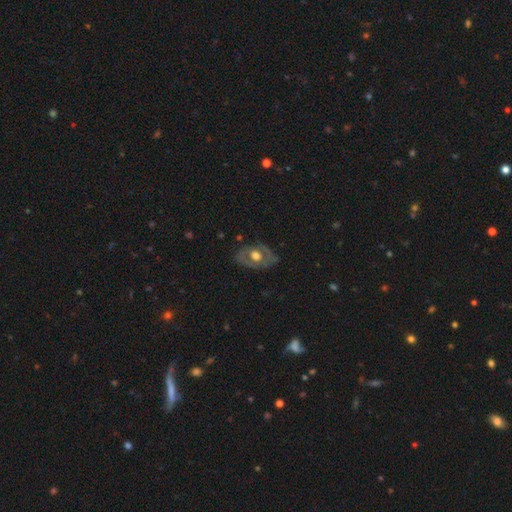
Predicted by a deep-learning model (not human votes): Smooth or featured: featured or disk — 59% (smooth — 35%)
Edge-on disk: no — 91% (yes — 9%)
Bar: no — 83% (weak — 13%)
Spiral arms: no — 77% (yes — 23%)
Bulge size: moderate — 49% (large — 43%)
Merging: none — 71% (minor disturbance — 20%)